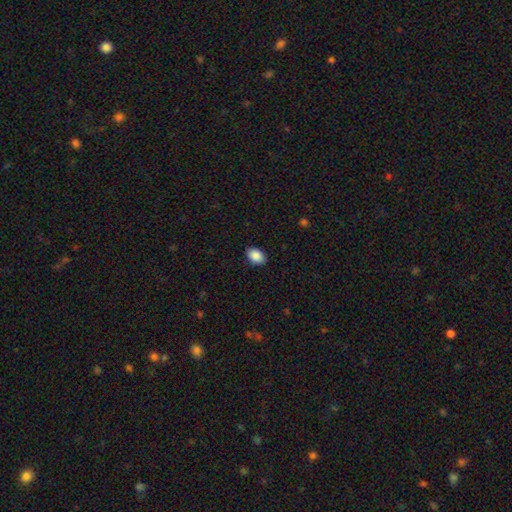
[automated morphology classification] Smooth or featured?
  - smooth: 89% *
  - star or artifact: 7%
  - featured or disk: 4%
How rounded?
  - in between: 87% *
  - round: 12%
  - cigar-shaped: 1%
Merging?
  - none: 89% *
  - minor disturbance: 8%
  - major disturbance: 2%
  - merger: 1%